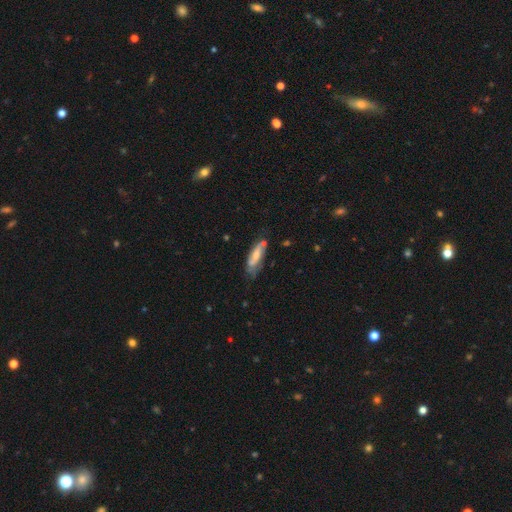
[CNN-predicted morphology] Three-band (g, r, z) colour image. It shows a smooth galaxy with no disk features (47%). Merging: none (50%).